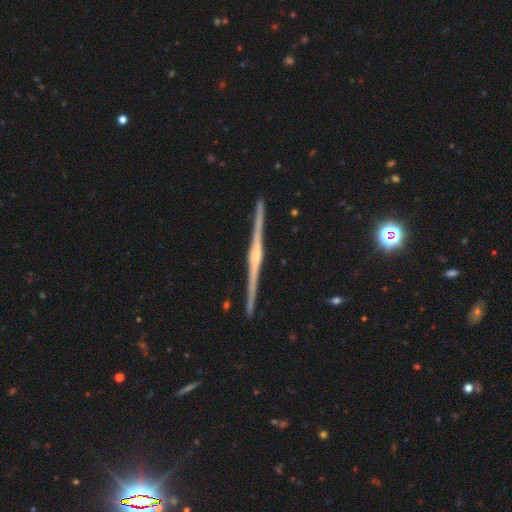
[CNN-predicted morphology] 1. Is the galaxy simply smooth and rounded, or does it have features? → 89% featured or disk, 7% smooth, 5% star or artifact.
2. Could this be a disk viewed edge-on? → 99% yes, 1% no.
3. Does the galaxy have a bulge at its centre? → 66% rounded, 20% boxy, 14% none.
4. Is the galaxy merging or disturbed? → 93% none, 5% minor disturbance, 1% major disturbance, 1% merger.